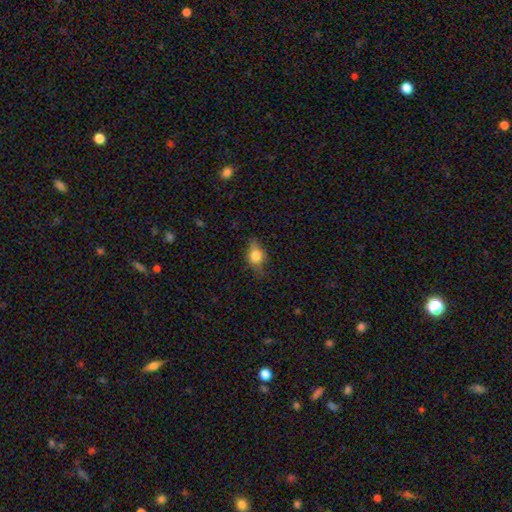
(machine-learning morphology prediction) Smooth or featured? smooth (68%)
How rounded? in between (71%)
Merging? none (69%)